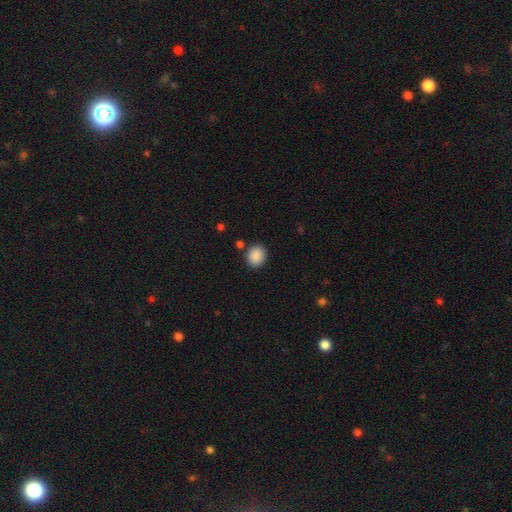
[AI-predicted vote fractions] Smooth or featured?
  - smooth: 89% *
  - star or artifact: 8%
  - featured or disk: 3%
How rounded?
  - round: 67% *
  - in between: 32%
  - cigar-shaped: 1%
Merging?
  - none: 85% *
  - minor disturbance: 9%
  - merger: 3%
  - major disturbance: 3%